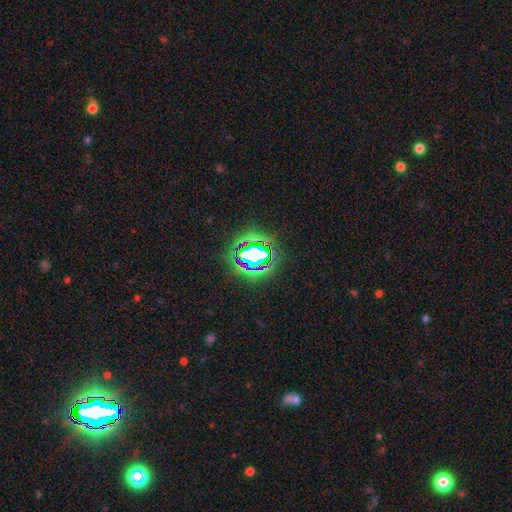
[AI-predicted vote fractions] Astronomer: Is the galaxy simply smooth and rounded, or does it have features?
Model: star or artifact — 72%.